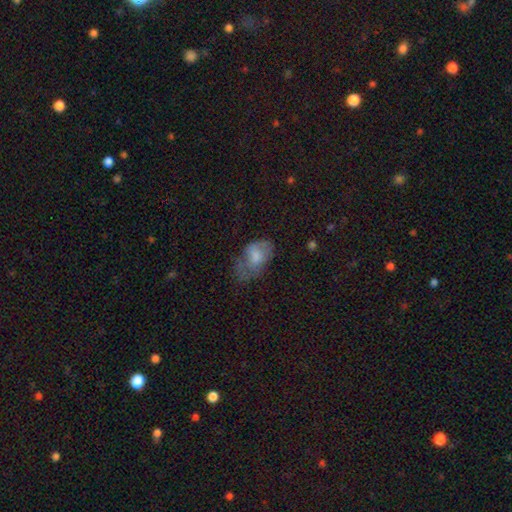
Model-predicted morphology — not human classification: Q: Smooth or featured?
A: smooth (63%); runner-up: featured or disk (29%)
Q: How rounded?
A: in between (88%); runner-up: round (10%)
Q: Merging?
A: none (34%); runner-up: minor disturbance (33%)